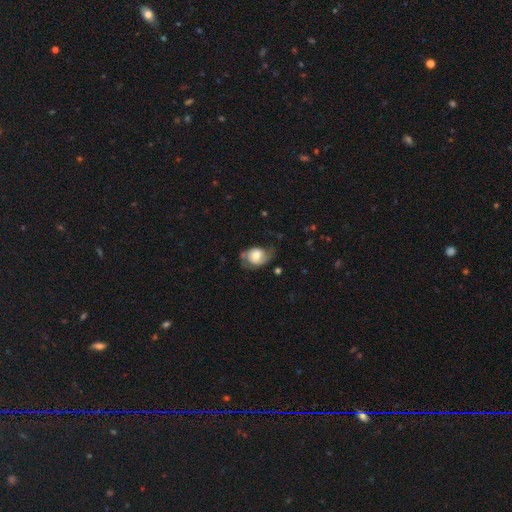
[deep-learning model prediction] A featured or disk galaxy (48%). Merging: none (51%).